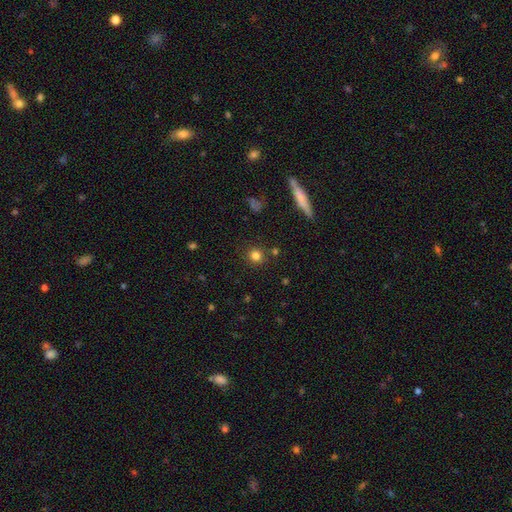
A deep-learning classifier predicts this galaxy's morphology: Smooth or featured: smooth — 80% (star or artifact — 14%)
How rounded: round — 90% (in between — 8%)
Merging: none — 85% (minor disturbance — 8%)